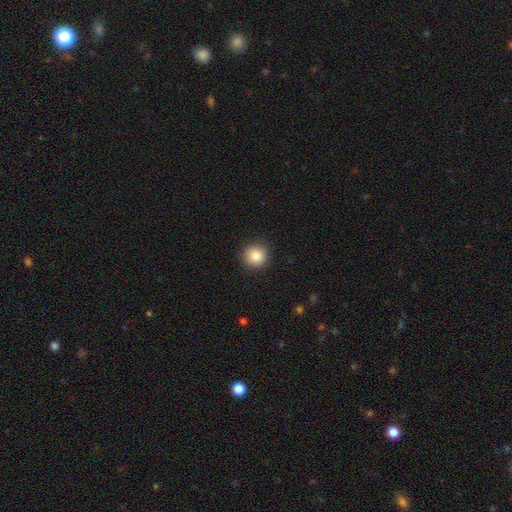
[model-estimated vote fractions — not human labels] smooth_or_featured: smooth (p=0.85) [alt: star or artifact p=0.10]
how_rounded: round (p=0.94) [alt: in between p=0.05]
merging: none (p=0.91) [alt: minor disturbance p=0.06]